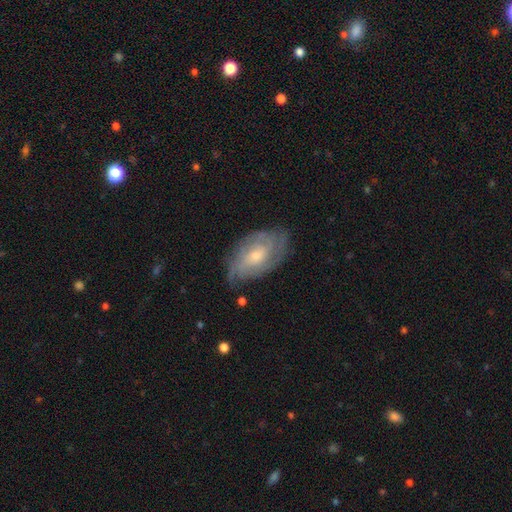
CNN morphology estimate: This appears to be a featured or disk galaxy (72%) with no bar (66%), tight (58%) spiral arms (88%) and a moderate central bulge (53%). Merging: none (71%).